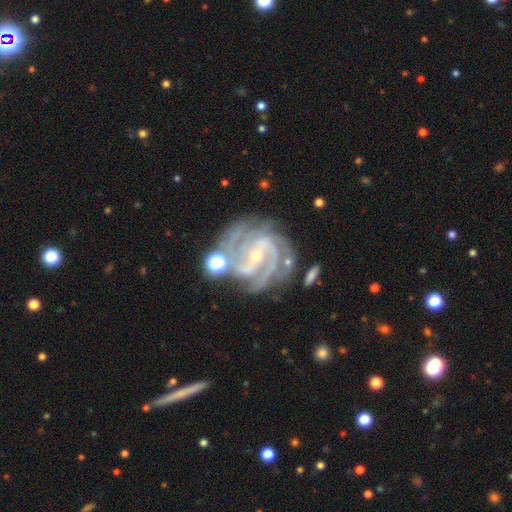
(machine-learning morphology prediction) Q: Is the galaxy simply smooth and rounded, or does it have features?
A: featured or disk — 91%.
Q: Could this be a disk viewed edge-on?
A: no — 98%.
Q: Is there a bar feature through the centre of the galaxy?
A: weak — 38%, tied with strong.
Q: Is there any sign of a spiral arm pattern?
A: yes — 98%.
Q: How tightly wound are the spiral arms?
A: tight — 58%.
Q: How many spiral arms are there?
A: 3 — 32%.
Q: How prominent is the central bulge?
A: small — 79%.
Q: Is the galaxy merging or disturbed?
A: none — 70%.